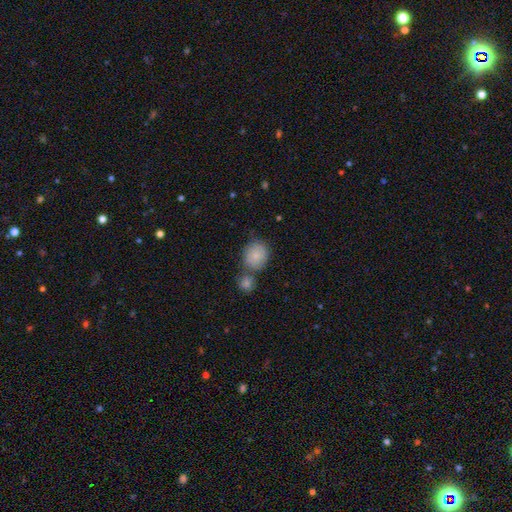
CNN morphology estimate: A smooth galaxy with no disk features (83%) that is round (83%). Merging: none (58%).